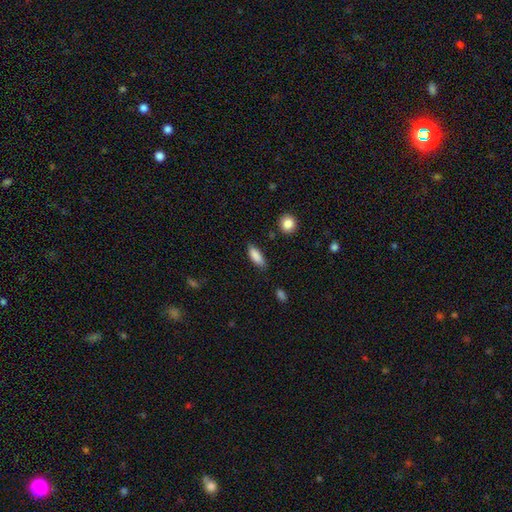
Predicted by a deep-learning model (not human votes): Smooth or featured? smooth (86%)
How rounded? in between (68%)
Merging? none (80%)